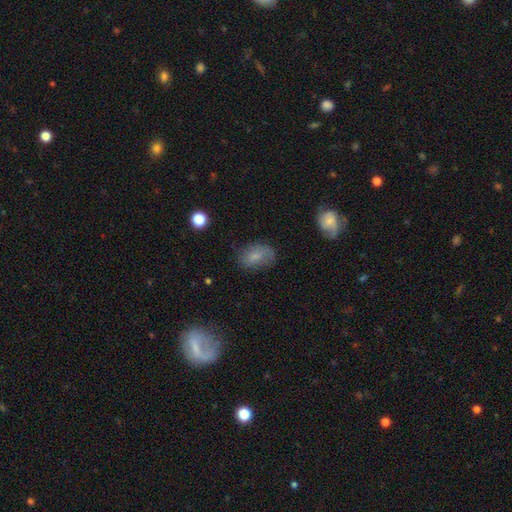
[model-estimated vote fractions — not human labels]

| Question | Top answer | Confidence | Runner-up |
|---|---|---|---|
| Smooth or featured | smooth | 69% | featured or disk (21%) |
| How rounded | in between | 84% | round (14%) |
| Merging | none | 65% | minor disturbance (24%) |